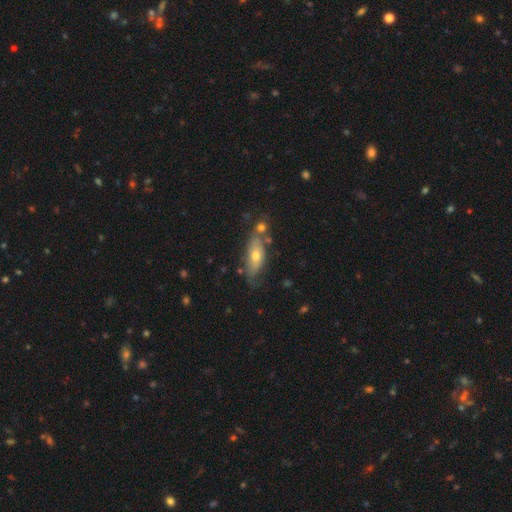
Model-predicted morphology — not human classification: Smooth or featured: smooth — 48% (featured or disk — 44%)
Merging: none — 58% (minor disturbance — 22%)